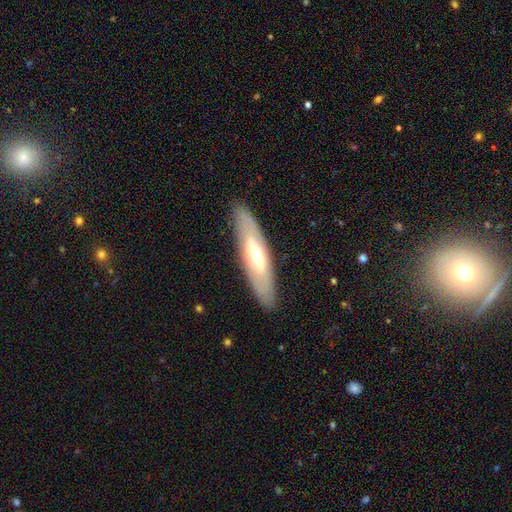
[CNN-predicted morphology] This appears to be a featured or disk galaxy (56%). Merging: none (88%).